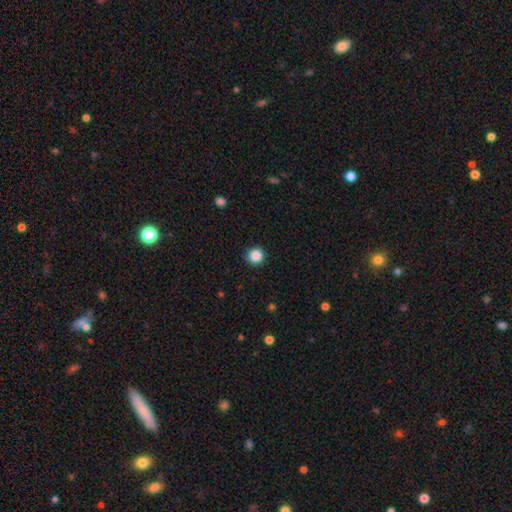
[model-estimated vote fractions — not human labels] Smooth or featured? Predicted: smooth (p=0.87). How rounded? Predicted: round (p=0.94). Merging? Predicted: none (p=0.91).